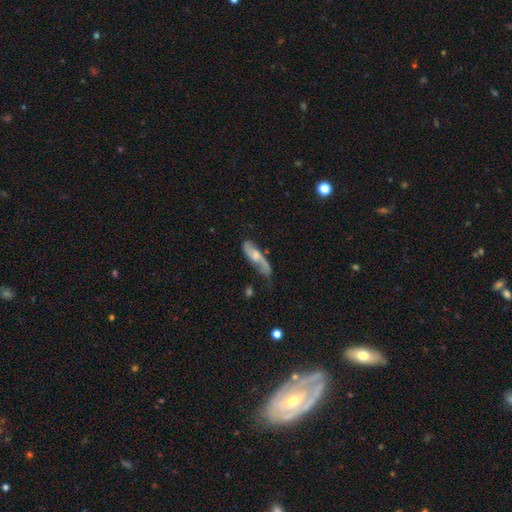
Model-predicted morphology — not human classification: featured or disk 60%, smooth 34%, star or artifact 6%. Down the decision tree: edge-on disk — no (78%); merging — none (53%).